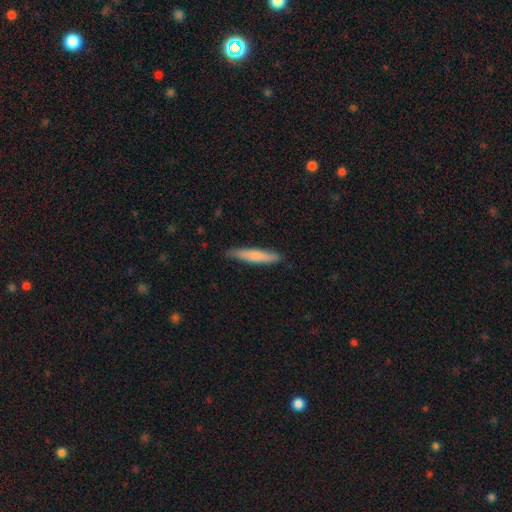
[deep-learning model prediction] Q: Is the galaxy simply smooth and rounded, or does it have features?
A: smooth — 74%.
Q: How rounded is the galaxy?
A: cigar-shaped — 91%.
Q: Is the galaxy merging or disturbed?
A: none — 84%.